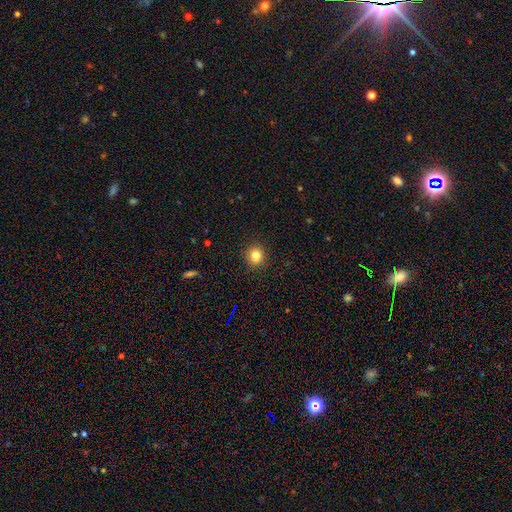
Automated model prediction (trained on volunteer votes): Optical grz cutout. It shows a smooth galaxy with no disk features (83%) that is round (91%). Merging: none (92%).